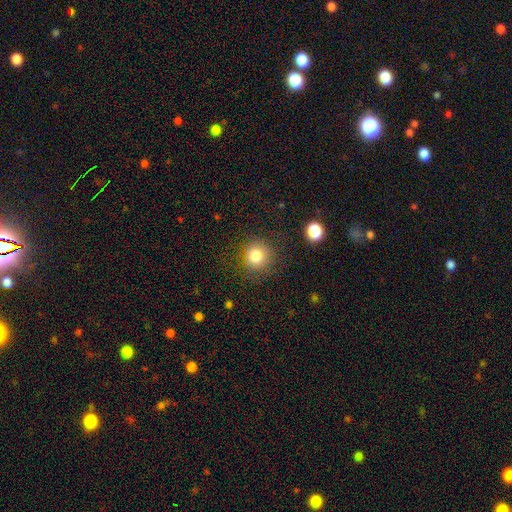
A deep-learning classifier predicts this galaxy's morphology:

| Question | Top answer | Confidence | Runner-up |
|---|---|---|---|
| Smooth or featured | smooth | 81% | star or artifact (12%) |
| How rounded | round | 91% | in between (8%) |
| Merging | none | 83% | minor disturbance (10%) |